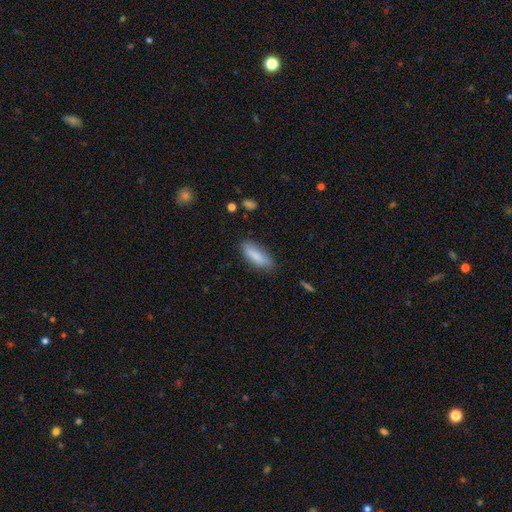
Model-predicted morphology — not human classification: smooth 86%, featured or disk 8%, star or artifact 7%. Down the decision tree: how rounded — in between (57%); merging — none (79%).